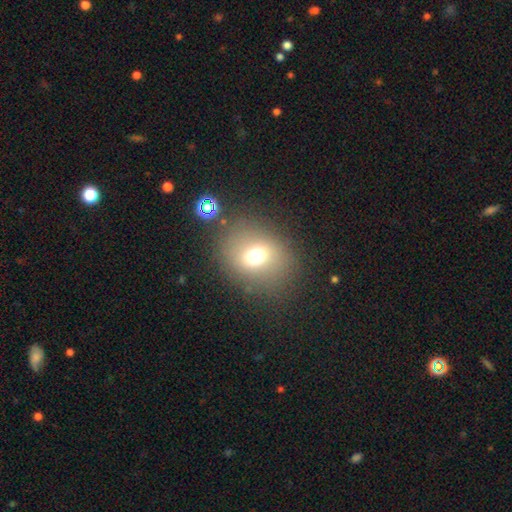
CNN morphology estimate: Q: Smooth or featured?
A: smooth (65%); runner-up: star or artifact (20%)
Q: How rounded?
A: round (63%); runner-up: in between (36%)
Q: Merging?
A: none (75%); runner-up: minor disturbance (12%)